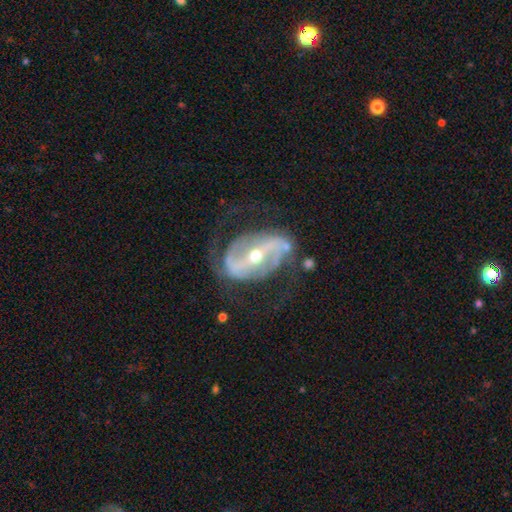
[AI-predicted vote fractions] This is clearly a featured or disk galaxy (88%). It is clearly not viewed edge-on (95%). Bar: likely strong (62%). Spiral arm pattern: clearly yes (91%). Spiral arm count: clearly 2 (88%). Spiral winding: marginally medium (44%). Central bulge: possibly moderate (56%). Merging: likely none (64%).